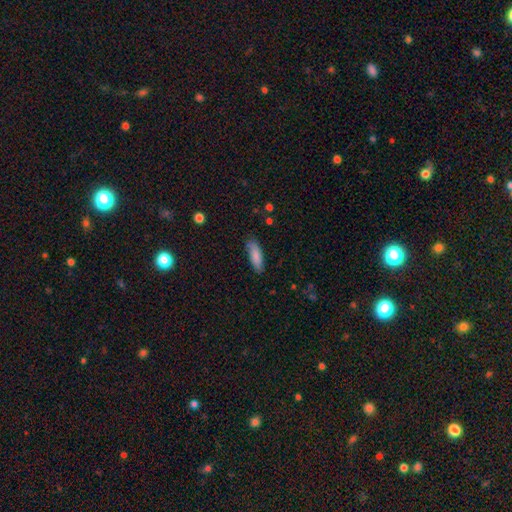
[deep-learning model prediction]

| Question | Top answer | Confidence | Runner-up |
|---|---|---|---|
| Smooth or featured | smooth | 85% | featured or disk (9%) |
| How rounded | in between | 53% | cigar-shaped (45%) |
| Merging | none | 82% | minor disturbance (14%) |